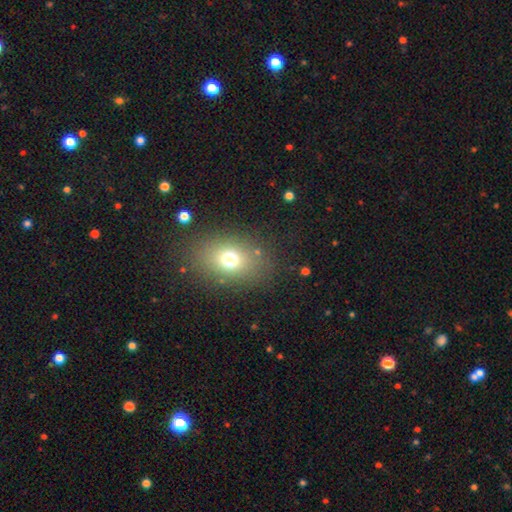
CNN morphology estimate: Q: Smooth or featured?
A: smooth (69%); runner-up: star or artifact (18%)
Q: How rounded?
A: in between (71%); runner-up: round (27%)
Q: Merging?
A: none (86%); runner-up: minor disturbance (9%)